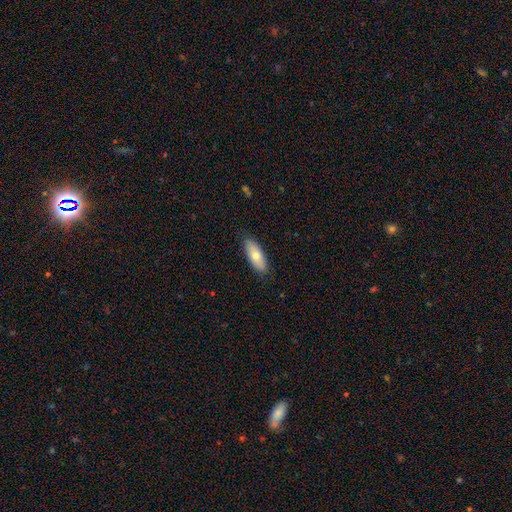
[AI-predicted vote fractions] Smooth or featured? smooth (70%)
How rounded? in between (72%)
Merging? none (86%)